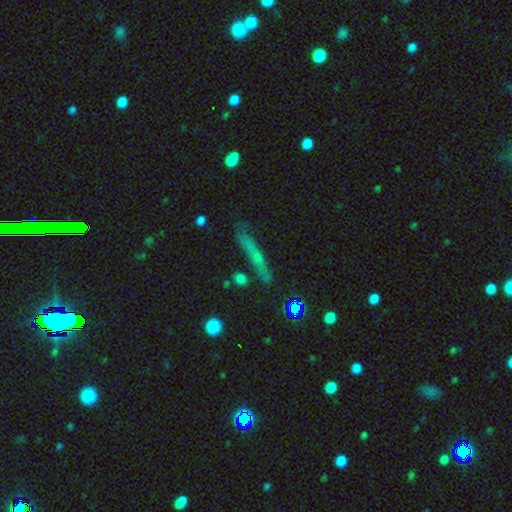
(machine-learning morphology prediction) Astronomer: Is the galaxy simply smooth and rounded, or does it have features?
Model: featured or disk — 48% (runner-up: smooth, 39%).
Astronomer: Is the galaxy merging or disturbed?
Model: none — 79%.